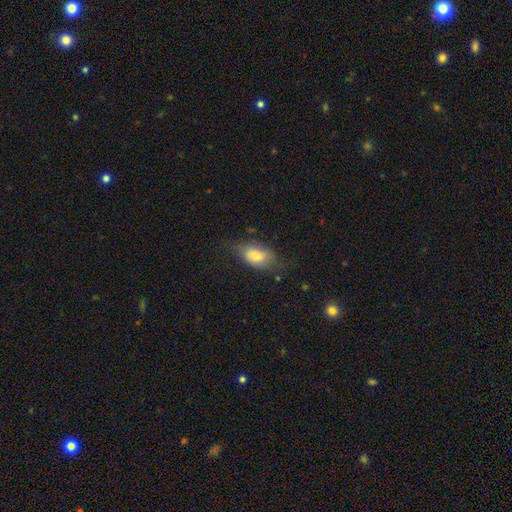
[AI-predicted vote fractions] Smooth or featured?
  - smooth: 76% *
  - featured or disk: 17%
  - star or artifact: 7%
How rounded?
  - in between: 89% *
  - round: 8%
  - cigar-shaped: 3%
Merging?
  - none: 62% *
  - minor disturbance: 27%
  - major disturbance: 10%
  - merger: 2%